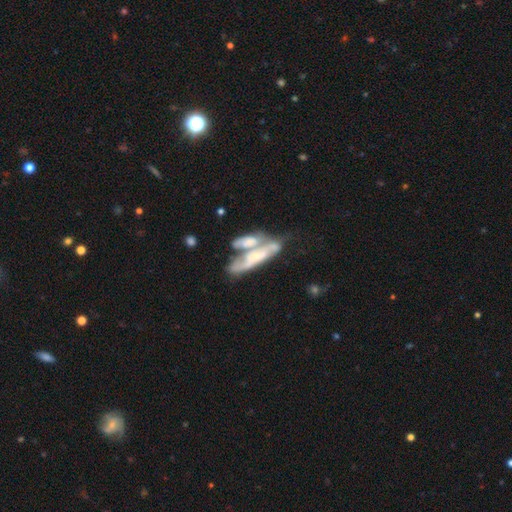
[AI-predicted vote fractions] Smooth or featured?
  - featured or disk: 61% *
  - smooth: 31%
  - star or artifact: 8%
Edge-on disk?
  - no: 72% *
  - yes: 28%
Merging?
  - merger: 59% *
  - none: 16%
  - major disturbance: 15%
  - minor disturbance: 10%